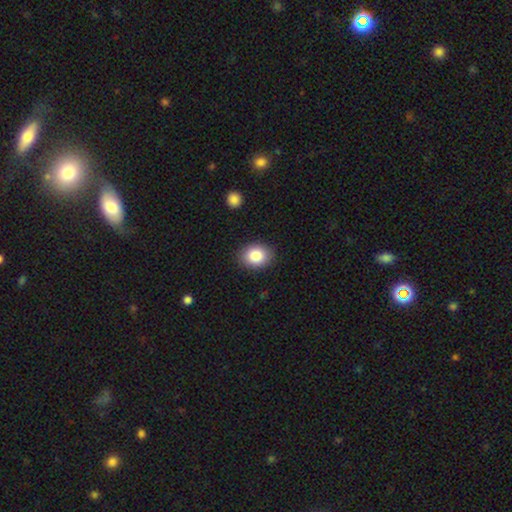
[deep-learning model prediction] The model was most divided on "how rounded": in between: 55%, round: 44%, cigar-shaped: 1%. More confident: merging — none (88%); smooth or featured — smooth (84%).